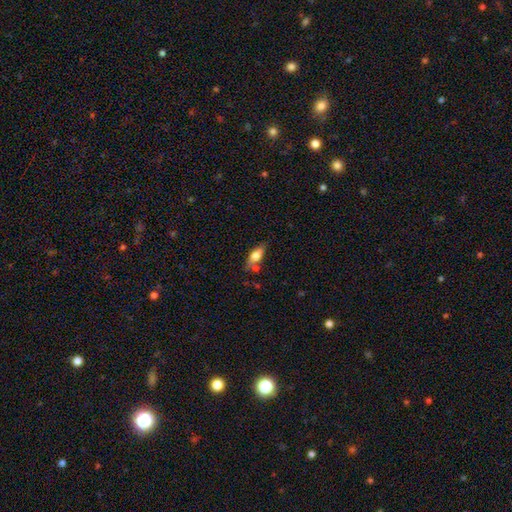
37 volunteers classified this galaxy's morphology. Smooth or featured: smooth — 54% (featured or disk — 41%)
How rounded: in between — 55% (cigar-shaped — 45%)
Merging: none — 63% (minor disturbance — 14%)